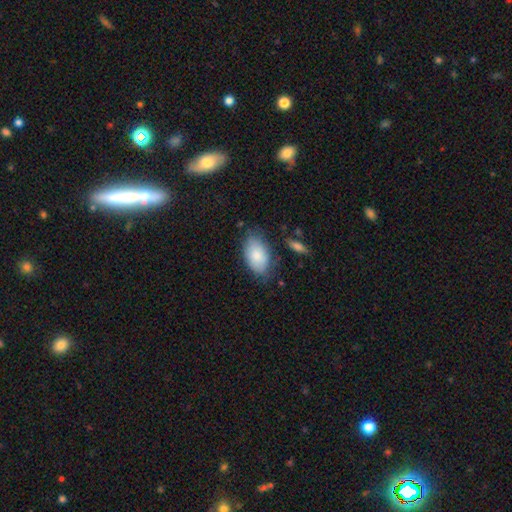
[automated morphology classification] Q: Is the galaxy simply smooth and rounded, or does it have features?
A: smooth — 82%.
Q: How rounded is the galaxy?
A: in between — 93%.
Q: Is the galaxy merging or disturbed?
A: none — 71%.